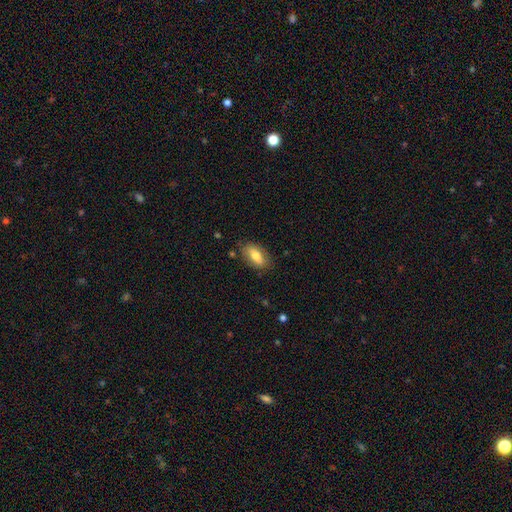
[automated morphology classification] This is likely a smooth galaxy (72%). How rounded: clearly in between (88%). Merging: likely none (80%).